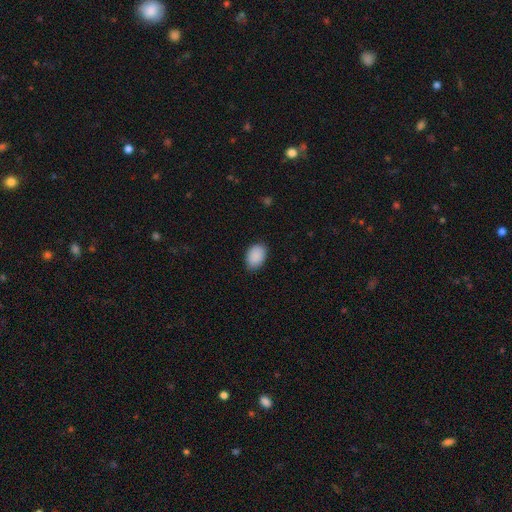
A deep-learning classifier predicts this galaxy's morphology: This appears to be a smooth galaxy with no disk features (90%) that is in between round and cigar-shaped (83%). Merging: none (83%).